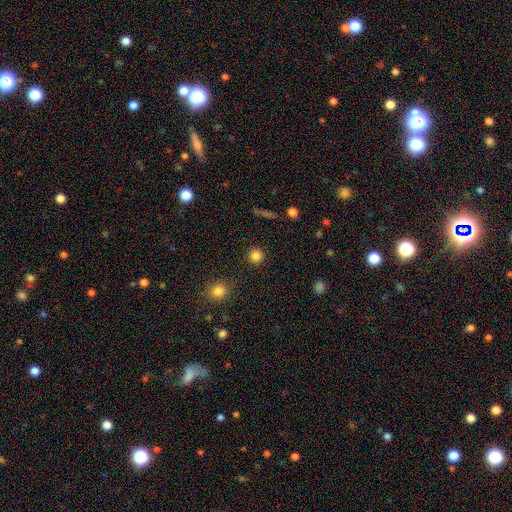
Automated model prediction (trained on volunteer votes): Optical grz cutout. It shows a smooth galaxy with no disk features (84%) that is round (95%). Merging: none (92%).